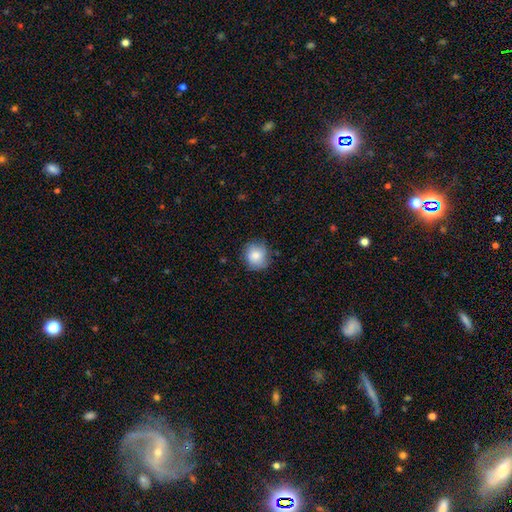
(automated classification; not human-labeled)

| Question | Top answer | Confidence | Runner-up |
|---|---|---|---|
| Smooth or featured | smooth | 79% | featured or disk (13%) |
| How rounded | round | 85% | in between (14%) |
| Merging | none | 79% | minor disturbance (16%) |